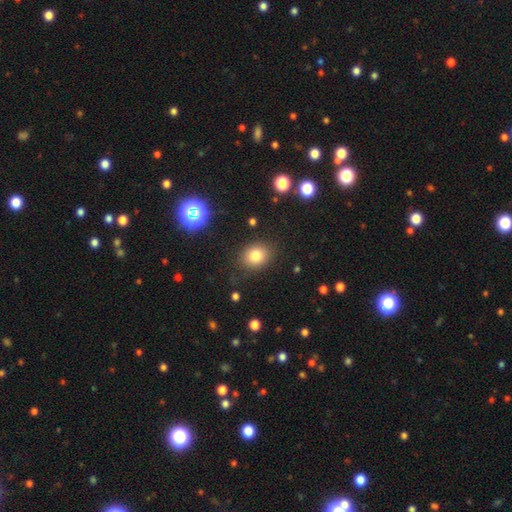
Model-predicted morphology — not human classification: A smooth galaxy with no disk features (80%) that is round (61%).

Vote fractions:
- Smooth or featured? smooth: 80% / star or artifact: 13% / featured or disk: 8%
- How rounded? round: 61% / in between: 38% / cigar-shaped: 1%
- Merging? none: 84% / minor disturbance: 11% / major disturbance: 4% / merger: 2%